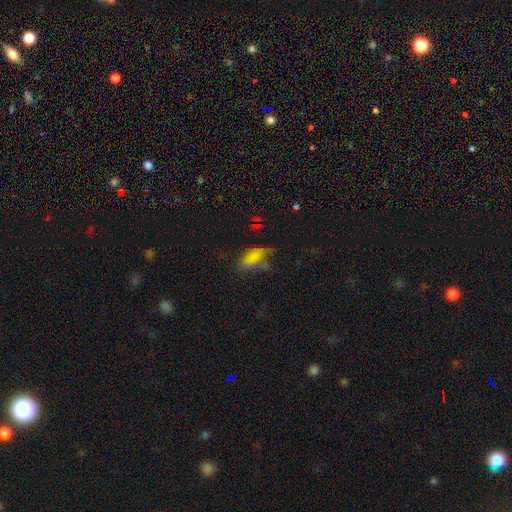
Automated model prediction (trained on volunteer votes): This appears to be a smooth galaxy with no disk features (58%) that is in between round and cigar-shaped (77%). Merging: none (37%).